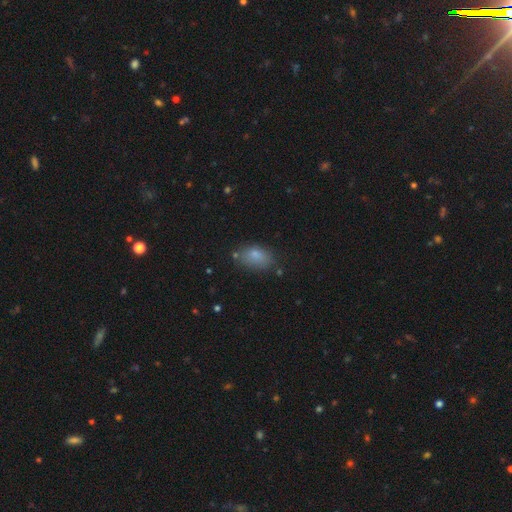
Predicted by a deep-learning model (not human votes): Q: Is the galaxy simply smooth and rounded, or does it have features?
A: smooth — 81%.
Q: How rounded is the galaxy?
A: in between — 89%.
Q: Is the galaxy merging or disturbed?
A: none — 69%.